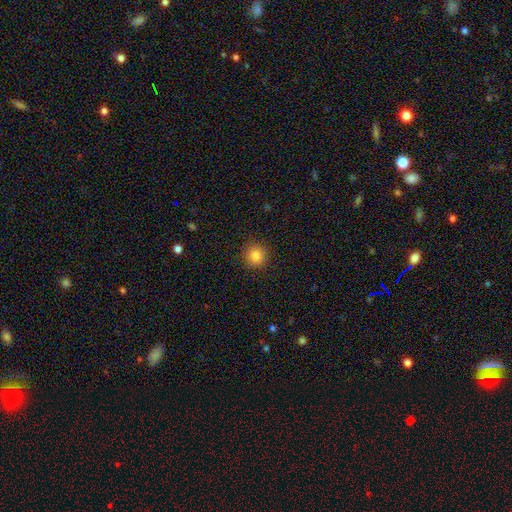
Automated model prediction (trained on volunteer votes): smooth 84%, star or artifact 11%, featured or disk 5%. Down the decision tree: how rounded — round (93%); merging — none (91%).